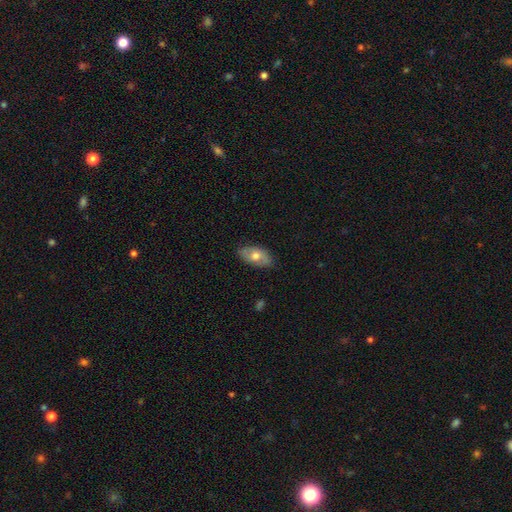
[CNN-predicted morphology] A smooth galaxy with no disk features (60%) that is in between round and cigar-shaped (92%). Merging: none (81%).